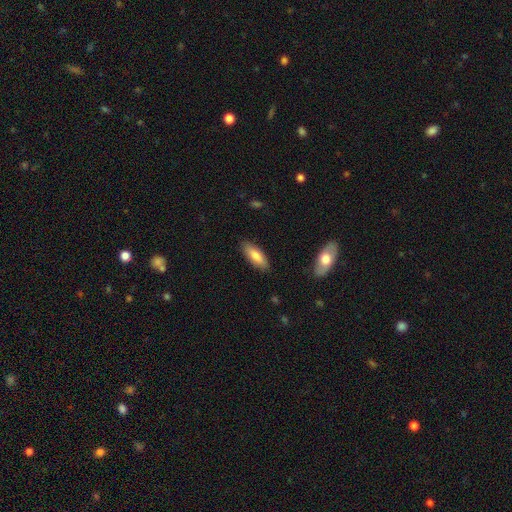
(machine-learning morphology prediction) Q: Smooth or featured?
A: smooth (79%); runner-up: featured or disk (15%)
Q: How rounded?
A: in between (66%); runner-up: cigar-shaped (33%)
Q: Merging?
A: none (86%); runner-up: minor disturbance (10%)